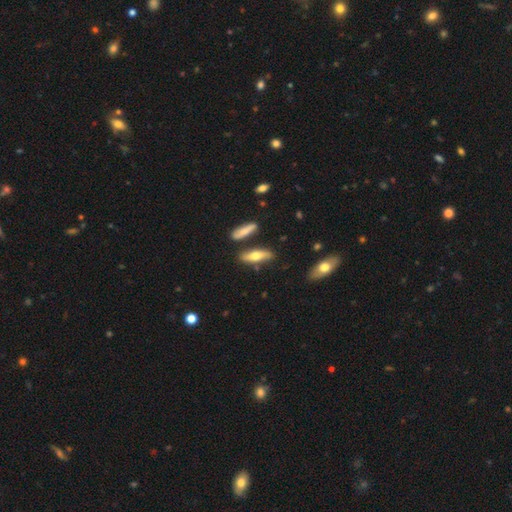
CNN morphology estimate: The model was most divided on "how rounded": cigar-shaped: 57%, in between: 40%, round: 3%. More confident: merging — none (76%); smooth or featured — smooth (58%).